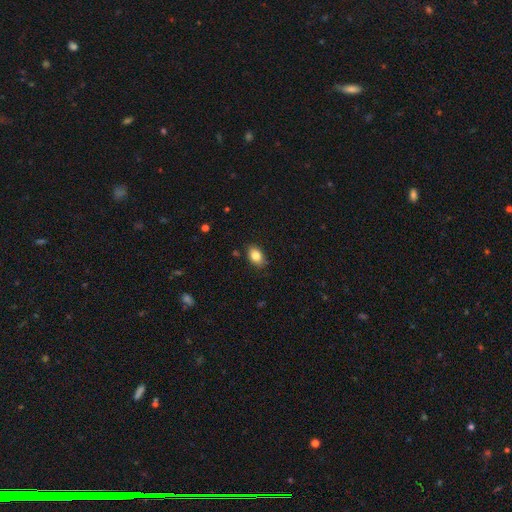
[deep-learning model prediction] A smooth galaxy with no disk features (83%) that is in between round and cigar-shaped (85%).

Vote fractions:
- Smooth or featured? smooth: 83% / featured or disk: 9% / star or artifact: 8%
- How rounded? in between: 85% / round: 13% / cigar-shaped: 1%
- Merging? none: 81% / minor disturbance: 15% / major disturbance: 3% / merger: 1%